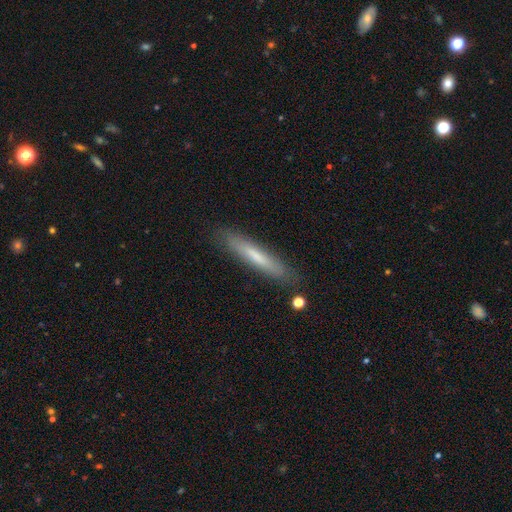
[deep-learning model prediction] A smooth galaxy with no disk features (64%) that is cigar-shaped (92%). Merging: none (85%).